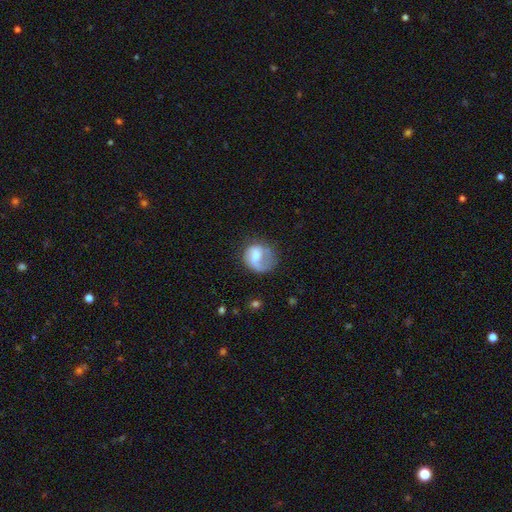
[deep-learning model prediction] smooth-or-featured: smooth: 52% | featured or disk: 40% | star or artifact: 8%
  how-rounded: round: 69% | in between: 30% | cigar-shaped: 1%
  merging: none: 43% | major disturbance: 29% | minor disturbance: 25% | merger: 3%